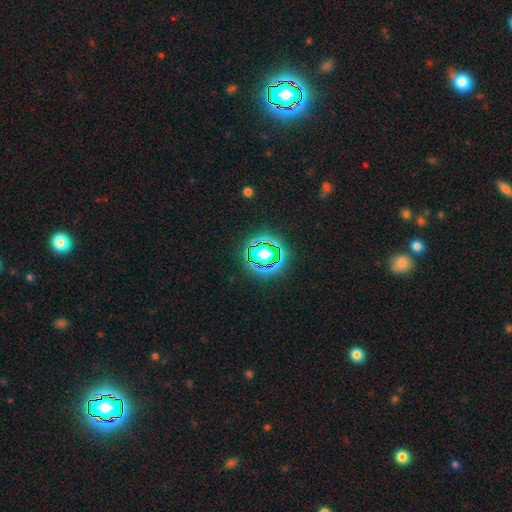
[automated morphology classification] Smooth or featured?
  - star or artifact: 76% *
  - smooth: 15%
  - featured or disk: 9%